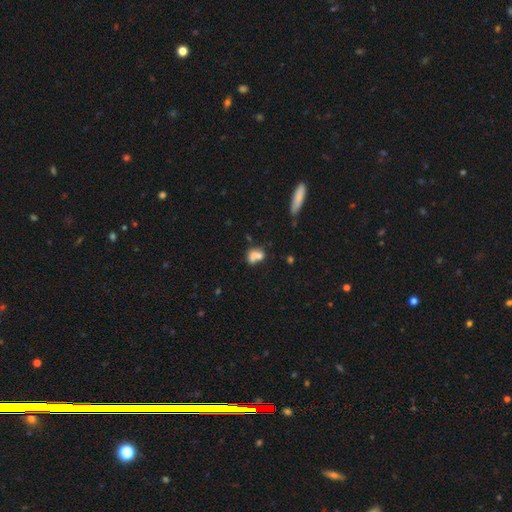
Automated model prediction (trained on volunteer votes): Smooth or featured: smooth — 70% (featured or disk — 19%)
How rounded: in between — 63% (round — 34%)
Merging: merger — 49% (none — 28%)